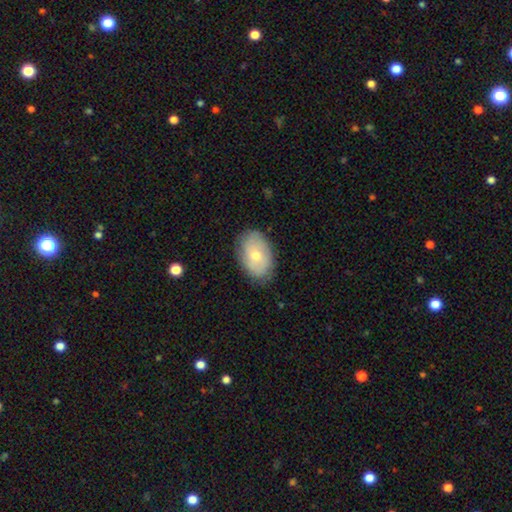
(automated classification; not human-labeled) A smooth galaxy with no disk features (61%) that is in between round and cigar-shaped (88%).

Vote fractions:
- Smooth or featured? smooth: 61% / featured or disk: 32% / star or artifact: 7%
- How rounded? in between: 88% / round: 11% / cigar-shaped: 1%
- Merging? none: 81% / minor disturbance: 15% / major disturbance: 3% / merger: 1%